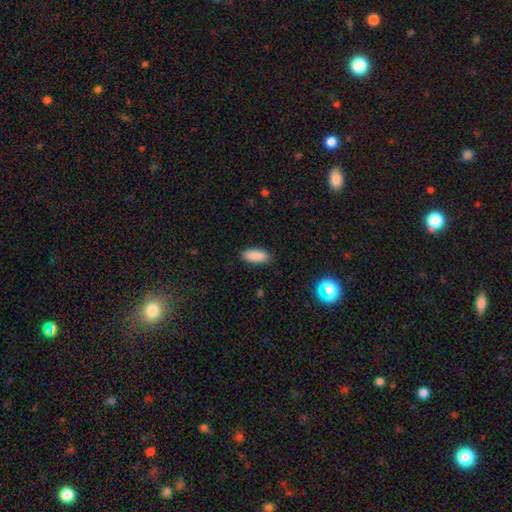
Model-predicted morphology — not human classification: smooth 89%, star or artifact 7%, featured or disk 4%. Down the decision tree: how rounded — in between (85%); merging — none (88%).